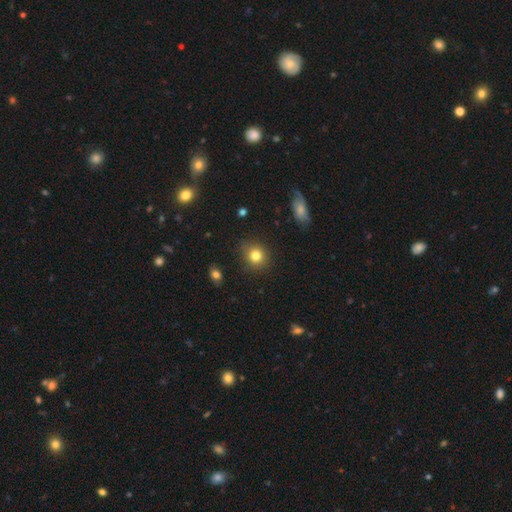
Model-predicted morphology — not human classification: Smooth or featured? Predicted: smooth (p=0.81). How rounded? Predicted: round (p=0.79). Merging? Predicted: none (p=0.83).